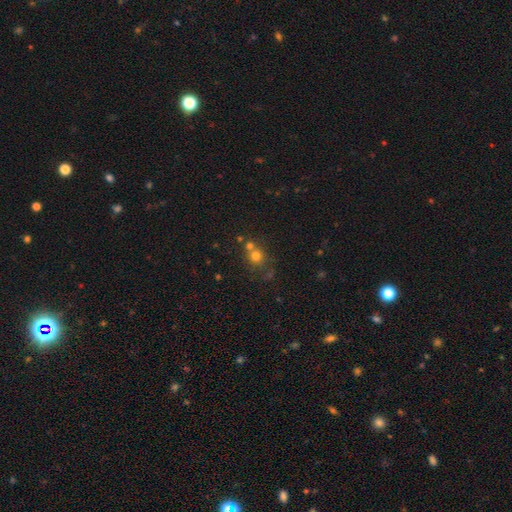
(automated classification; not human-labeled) Q: Smooth or featured?
A: smooth (70%); runner-up: star or artifact (18%)
Q: How rounded?
A: round (87%); runner-up: in between (12%)
Q: Merging?
A: none (53%); runner-up: merger (34%)